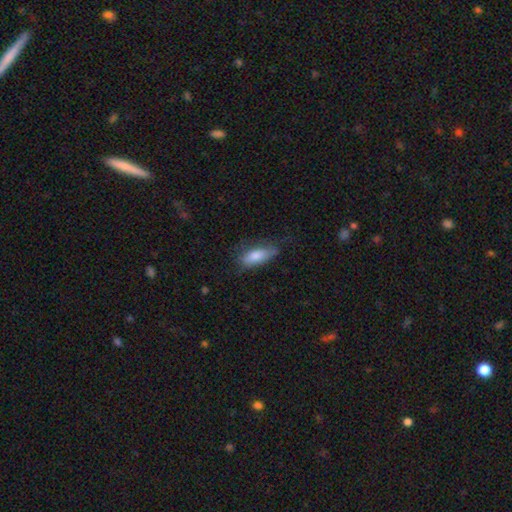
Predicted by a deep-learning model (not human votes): This is likely a smooth galaxy (76%). How rounded: likely in between (75%). Merging: possibly none (59%).